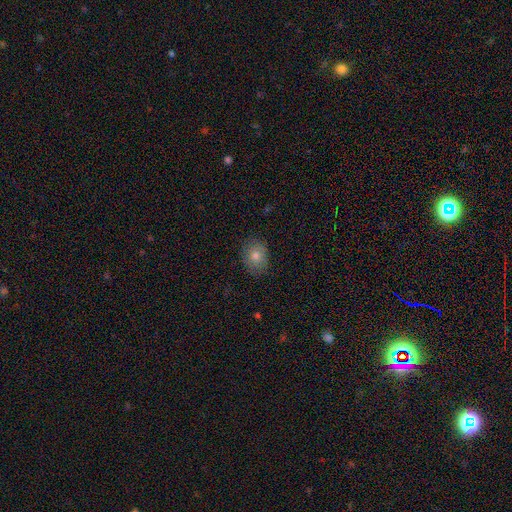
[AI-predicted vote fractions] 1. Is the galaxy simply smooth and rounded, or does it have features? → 76% smooth, 13% featured or disk, 11% star or artifact.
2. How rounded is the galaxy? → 52% in between, 47% round, 1% cigar-shaped.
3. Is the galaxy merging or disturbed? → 86% none, 11% minor disturbance, 2% major disturbance, 1% merger.